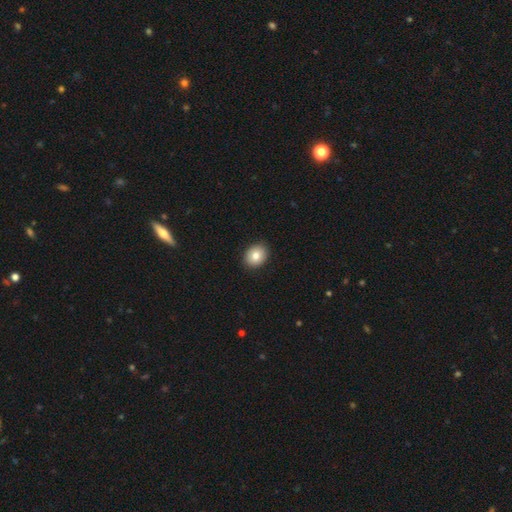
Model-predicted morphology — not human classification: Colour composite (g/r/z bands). It shows a smooth galaxy with no disk features (81%) that is round (56%). Merging: none (91%).